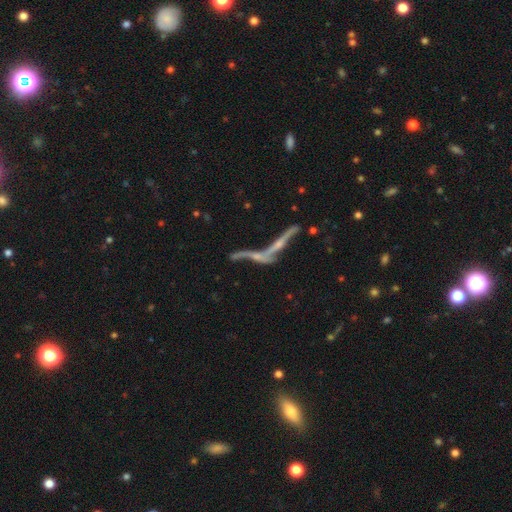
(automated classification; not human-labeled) Smooth or featured? Predicted: featured or disk (p=0.66). Edge-on disk? Predicted: yes (p=0.52). Merging? Predicted: merger (p=0.56).